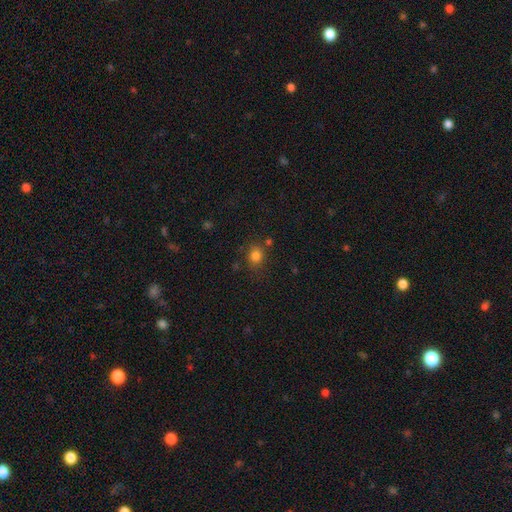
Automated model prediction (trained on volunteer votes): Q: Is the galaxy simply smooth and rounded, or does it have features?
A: smooth — 80%.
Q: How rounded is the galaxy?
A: round — 71%.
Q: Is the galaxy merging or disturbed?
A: none — 75%.